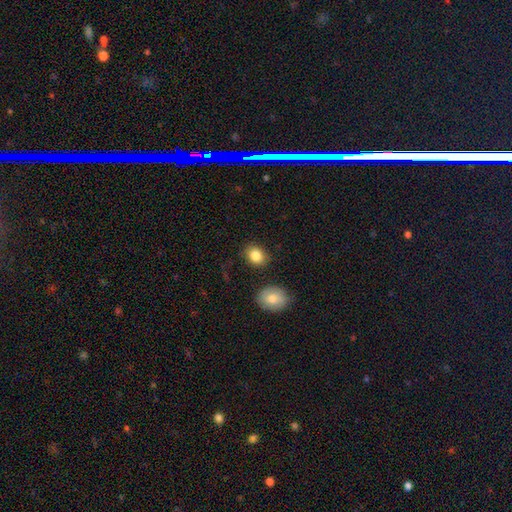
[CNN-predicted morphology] Overall: smooth (85%). How rounded: in between (50%; round 49%). Merging: none (84%).